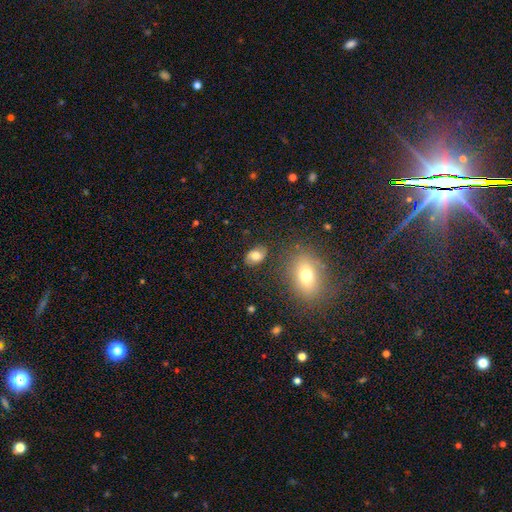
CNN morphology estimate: type=smooth (68%); roundness=in between (83%); merging=none (81%).